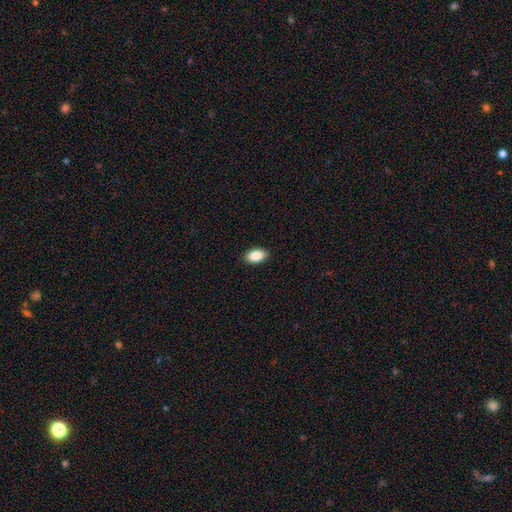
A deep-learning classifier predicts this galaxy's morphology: Smooth or featured? Predicted: smooth (p=0.89). How rounded? Predicted: in between (p=0.93). Merging? Predicted: none (p=0.90).